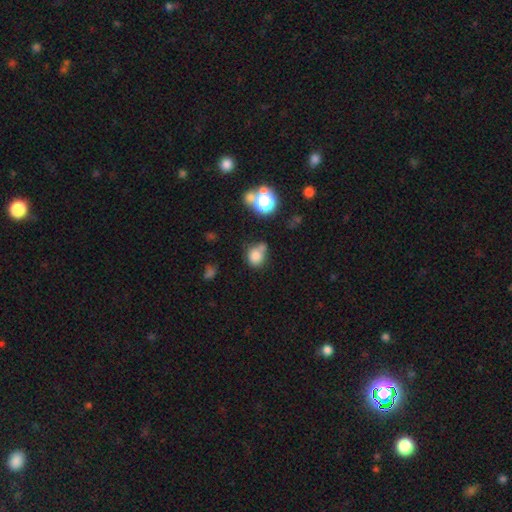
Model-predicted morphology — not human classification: The model was most divided on "merging": none: 50%, merger: 23%, minor disturbance: 19%, major disturbance: 8%. More confident: smooth or featured — smooth (77%); how rounded — round (71%).